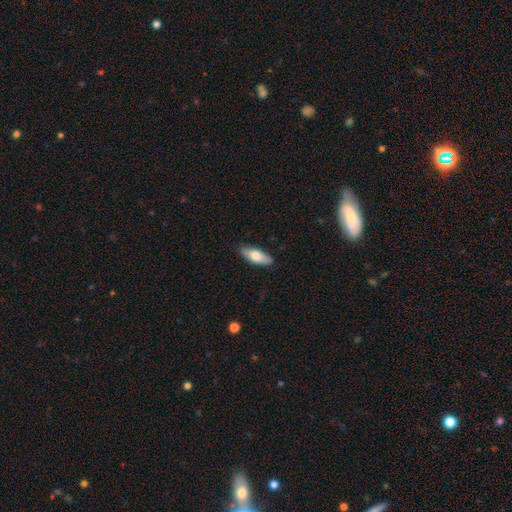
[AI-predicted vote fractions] Smooth or featured: smooth — 70% (featured or disk — 24%)
How rounded: in between — 70% (cigar-shaped — 28%)
Merging: none — 84% (minor disturbance — 13%)